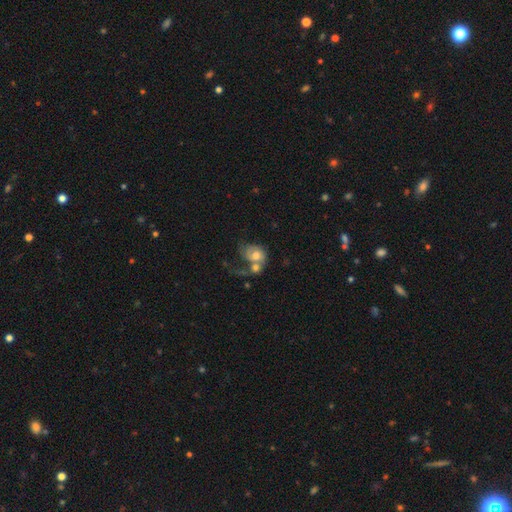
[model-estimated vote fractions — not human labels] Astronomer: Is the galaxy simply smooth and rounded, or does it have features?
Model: smooth — 51% (runner-up: featured or disk, 41%).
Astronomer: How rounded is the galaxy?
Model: round — 51% (runner-up: in between, 47%).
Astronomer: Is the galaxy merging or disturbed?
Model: merger — 54%.